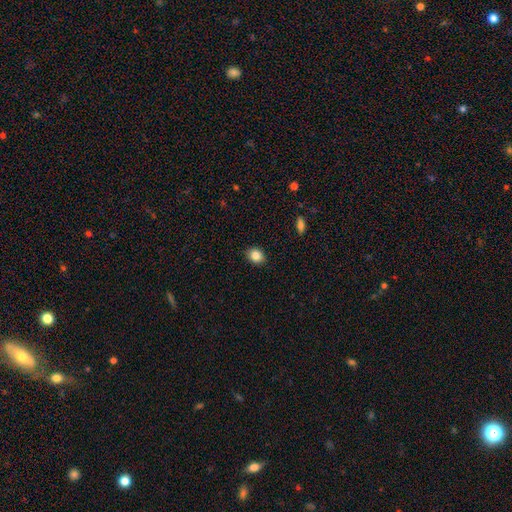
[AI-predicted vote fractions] Q: Smooth or featured?
A: smooth (85%); runner-up: star or artifact (9%)
Q: How rounded?
A: round (51%); runner-up: in between (48%)
Q: Merging?
A: none (89%); runner-up: minor disturbance (8%)